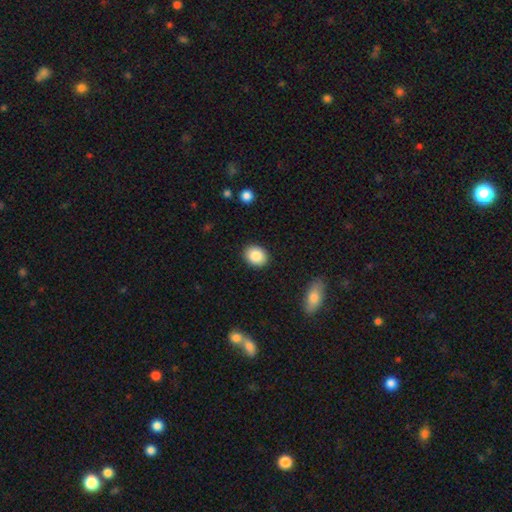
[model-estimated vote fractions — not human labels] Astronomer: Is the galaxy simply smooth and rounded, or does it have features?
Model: smooth — 86%.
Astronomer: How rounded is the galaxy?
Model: in between — 51% (runner-up: round, 48%).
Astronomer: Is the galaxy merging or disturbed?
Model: none — 90%.